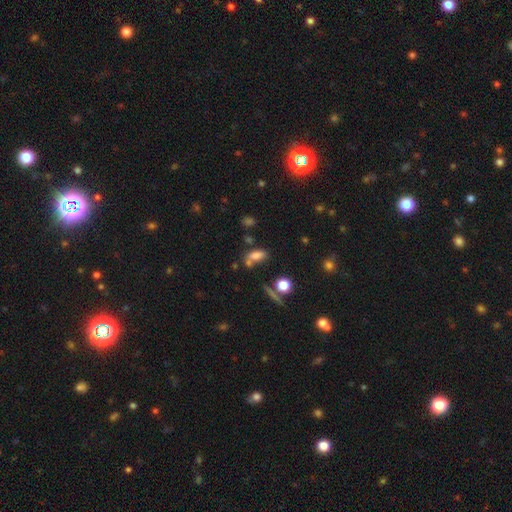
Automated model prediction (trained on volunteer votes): smooth-or-featured: smooth: 74% | star or artifact: 14% | featured or disk: 12%
  how-rounded: in between: 82% | cigar-shaped: 12% | round: 6%
  merging: none: 57% | merger: 20% | minor disturbance: 16% | major disturbance: 7%